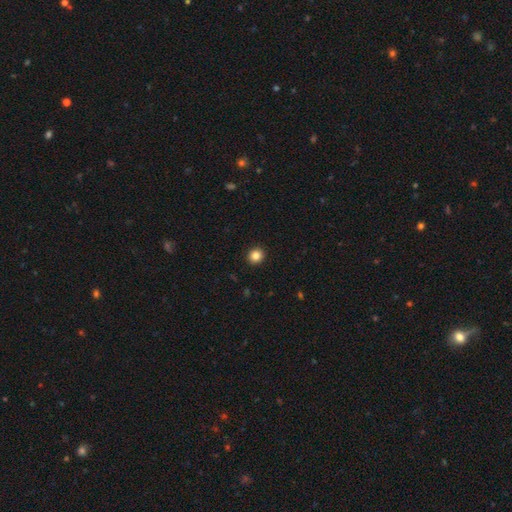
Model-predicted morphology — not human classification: The model was most divided on "smooth or featured": smooth: 84%, star or artifact: 11%, featured or disk: 5%. More confident: merging — none (93%); how rounded — round (88%).